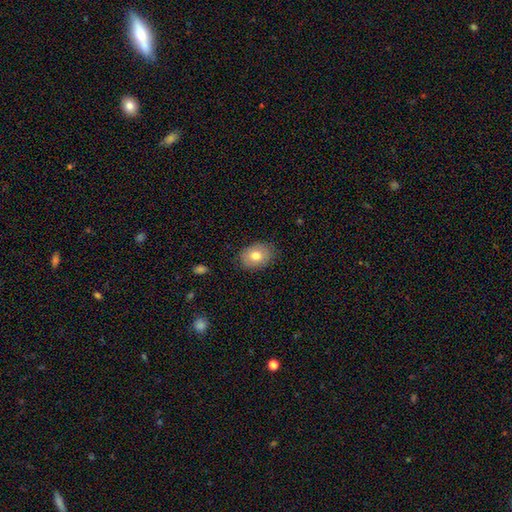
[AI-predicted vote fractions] This appears to be a smooth galaxy with no disk features (76%) that is in between round and cigar-shaped (70%). Merging: none (83%).